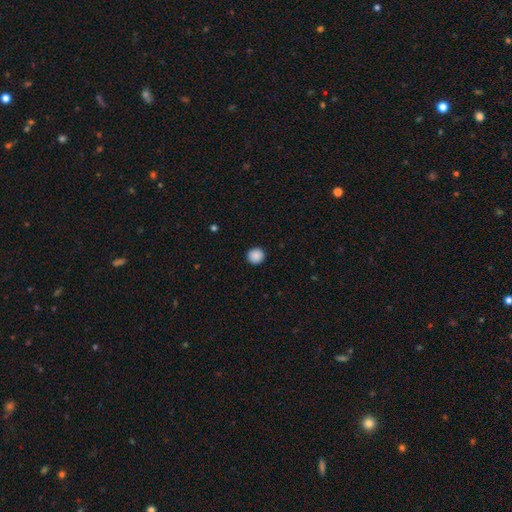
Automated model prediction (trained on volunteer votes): smooth 89%, star or artifact 9%, featured or disk 2%. Down the decision tree: how rounded — round (93%); merging — none (93%).